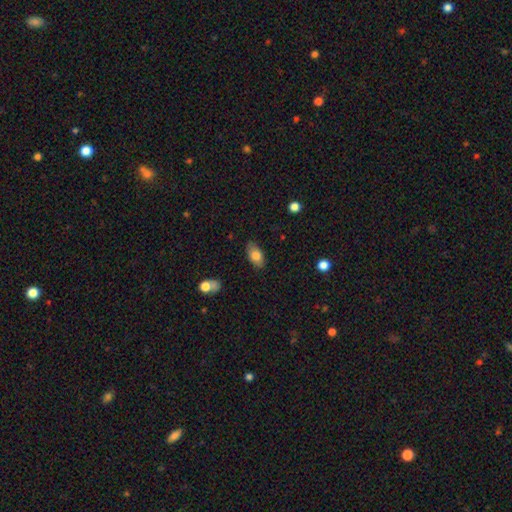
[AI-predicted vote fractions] This appears to be a smooth galaxy with no disk features (79%) that is in between round and cigar-shaped (91%). Merging: none (83%).